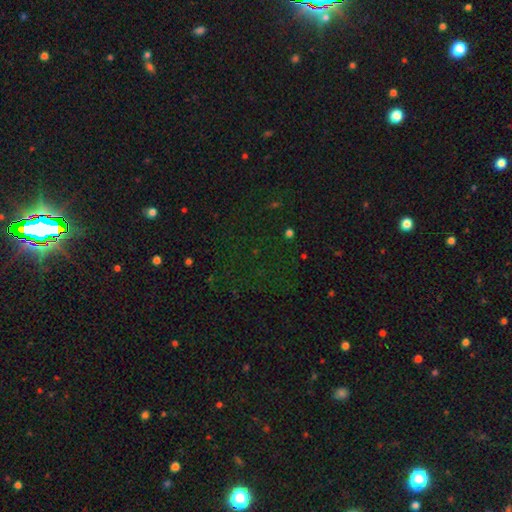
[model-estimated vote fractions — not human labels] smooth_or_featured: star or artifact (p=0.79) [alt: smooth p=0.12]